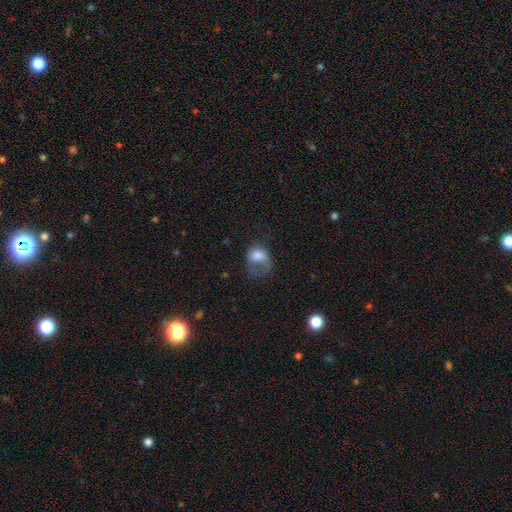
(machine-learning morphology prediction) smooth-or-featured: smooth: 62% | featured or disk: 27% | star or artifact: 11%
  how-rounded: in between: 57% | round: 42% | cigar-shaped: 1%
  merging: major disturbance: 57% | none: 20% | minor disturbance: 20% | merger: 4%